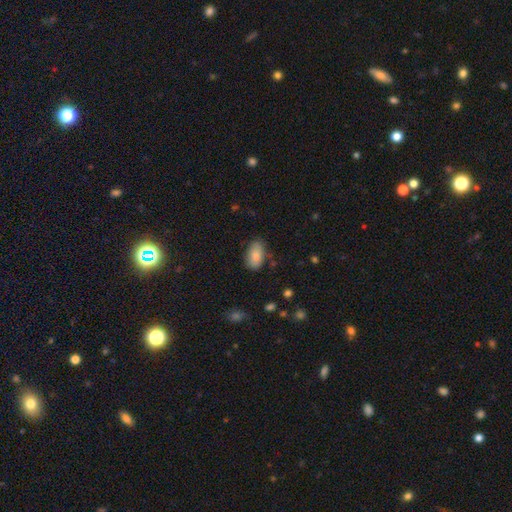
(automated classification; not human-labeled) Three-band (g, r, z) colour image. It shows a smooth galaxy with no disk features (85%) that is in between round and cigar-shaped (93%). Merging: none (72%).